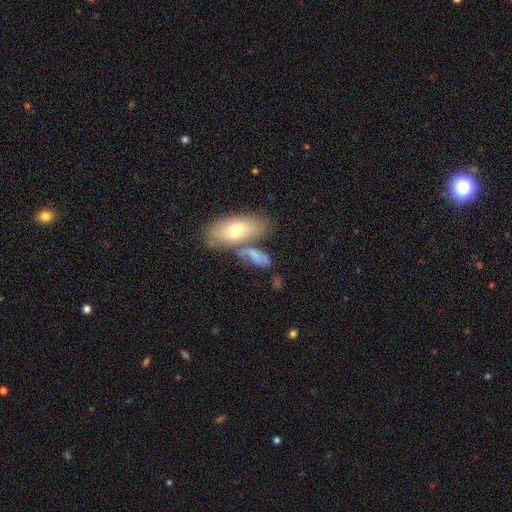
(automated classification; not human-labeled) Smooth or featured? smooth (63%)
How rounded? in between (81%)
Merging? none (41%)